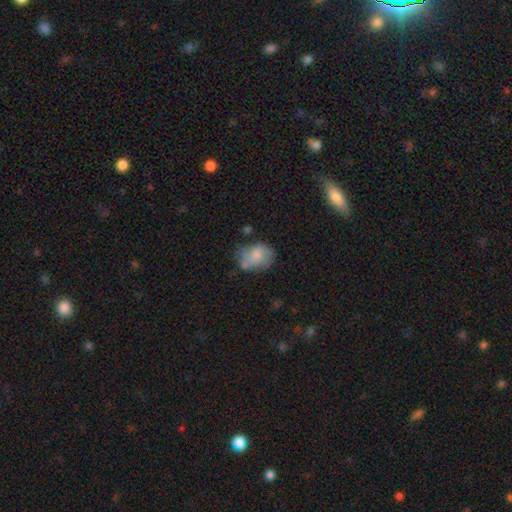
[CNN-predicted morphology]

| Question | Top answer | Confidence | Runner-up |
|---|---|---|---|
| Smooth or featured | smooth | 64% | featured or disk (28%) |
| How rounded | in between | 61% | round (38%) |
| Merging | none | 38% | minor disturbance (31%) |